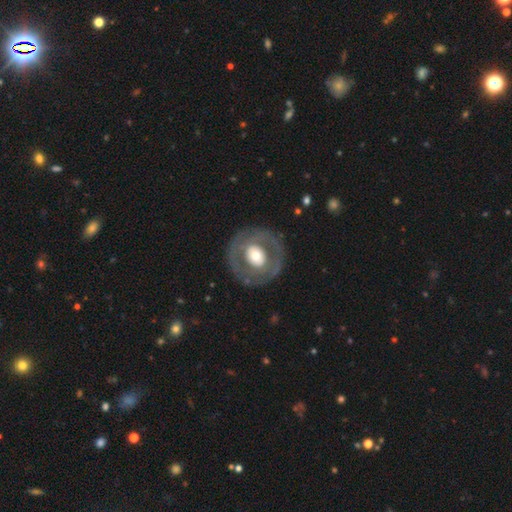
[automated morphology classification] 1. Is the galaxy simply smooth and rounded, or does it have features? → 57% featured or disk, 37% smooth, 6% star or artifact.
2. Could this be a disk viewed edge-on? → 95% no, 5% yes.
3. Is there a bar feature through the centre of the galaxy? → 77% no, 15% weak, 8% strong.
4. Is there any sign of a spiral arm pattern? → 81% no, 19% yes.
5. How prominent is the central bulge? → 55% moderate, 30% large, 10% small, 3% dominant, 1% none.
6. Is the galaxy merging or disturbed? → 80% none, 10% minor disturbance, 8% major disturbance, 1% merger.